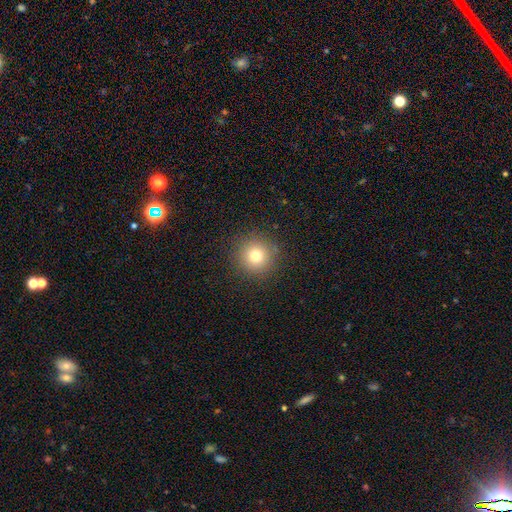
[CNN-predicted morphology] A smooth galaxy with no disk features (76%) that is round (95%). Merging: none (89%).